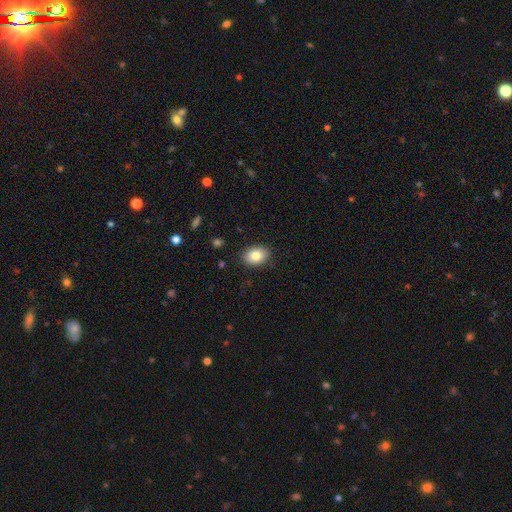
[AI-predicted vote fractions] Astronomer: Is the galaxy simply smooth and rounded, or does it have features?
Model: smooth — 84%.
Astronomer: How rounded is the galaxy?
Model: in between — 73%.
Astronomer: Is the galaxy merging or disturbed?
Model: none — 88%.